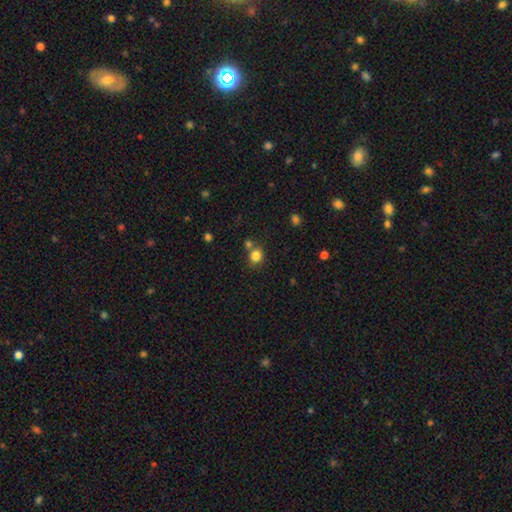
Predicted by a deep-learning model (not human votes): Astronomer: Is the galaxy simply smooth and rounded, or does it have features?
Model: smooth — 82%.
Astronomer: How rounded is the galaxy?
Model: round — 83%.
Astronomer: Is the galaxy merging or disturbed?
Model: none — 65%.